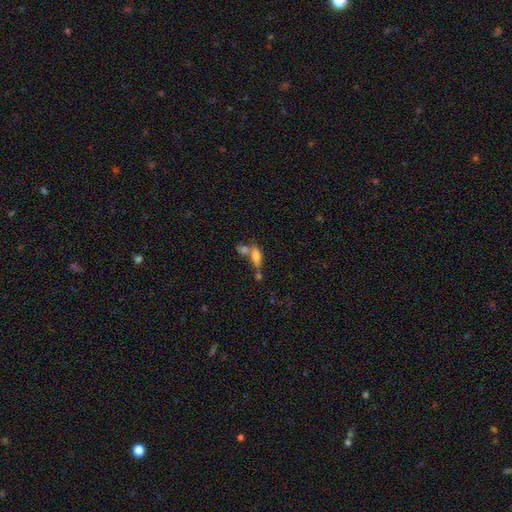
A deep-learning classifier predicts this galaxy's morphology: The model was most divided on "merging": merger: 45%, none: 35%, minor disturbance: 13%, major disturbance: 7%. More confident: how rounded — in between (70%); smooth or featured — smooth (70%).